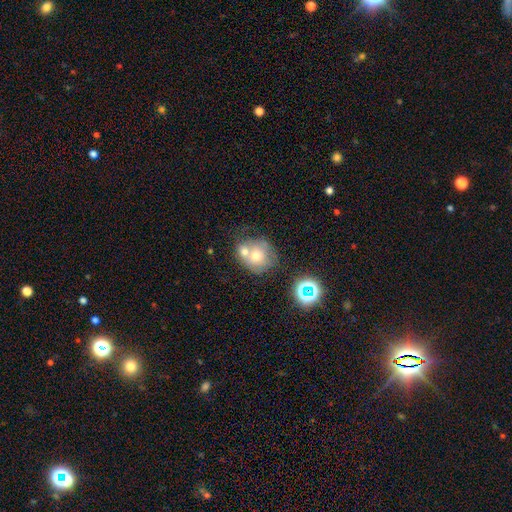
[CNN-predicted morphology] A smooth galaxy with no disk features (59%) that is round (81%). Merging: merger (52%).